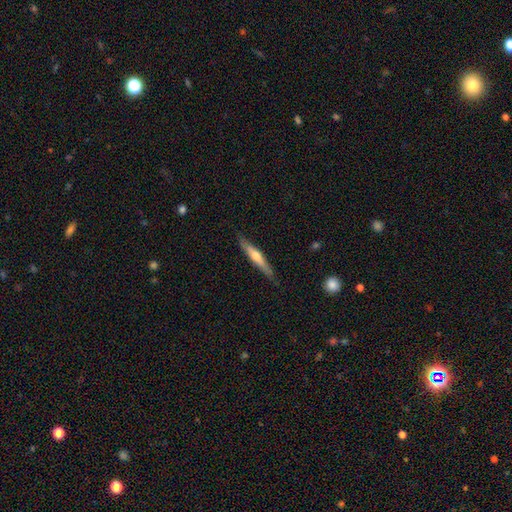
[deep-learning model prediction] A featured or disk galaxy (52%) viewed edge-on (94%). Merging: none (84%).